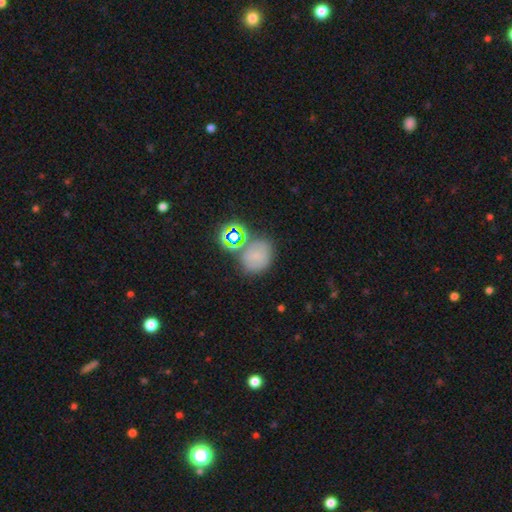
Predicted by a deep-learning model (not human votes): A smooth galaxy with no disk features (55%) that is round (59%). Merging: none (57%).